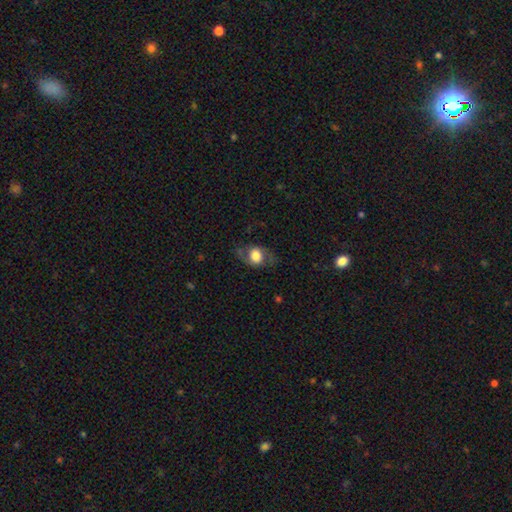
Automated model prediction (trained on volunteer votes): smooth_or_featured: smooth (p=0.58) [alt: featured or disk p=0.34]
how_rounded: round (p=0.50) [alt: in between p=0.48]
merging: none (p=0.67) [alt: minor disturbance p=0.20]